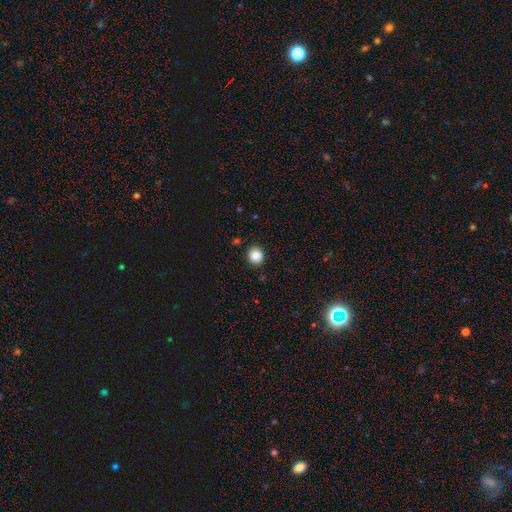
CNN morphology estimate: Smooth or featured? Predicted: smooth (p=0.86). How rounded? Predicted: round (p=0.86). Merging? Predicted: none (p=0.89).